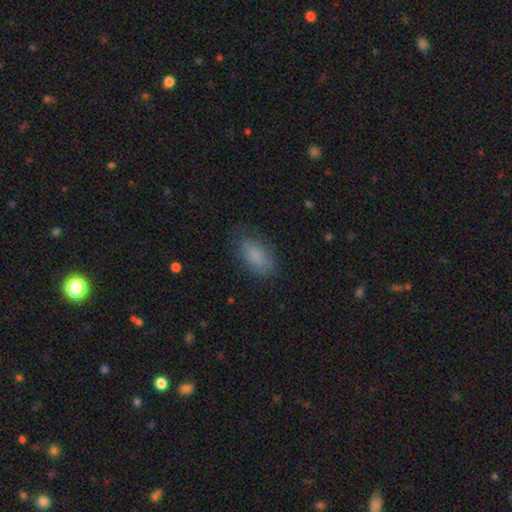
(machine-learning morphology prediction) The model was most divided on "merging": none: 73%, minor disturbance: 19%, major disturbance: 7%, merger: 1%. More confident: how rounded — in between (91%); smooth or featured — smooth (82%).